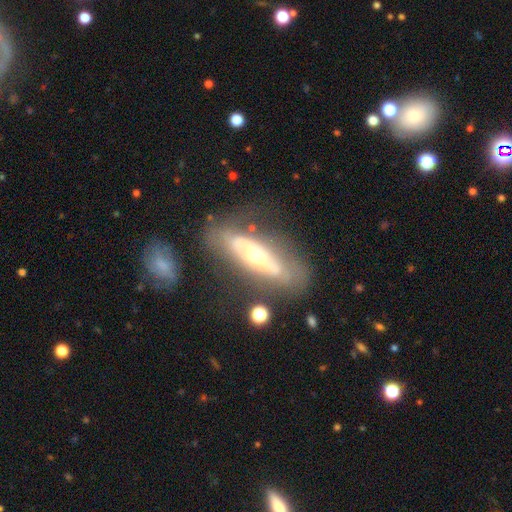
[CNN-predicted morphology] type=featured or disk (65%); edge-on=no (70%); merging=none (63%).